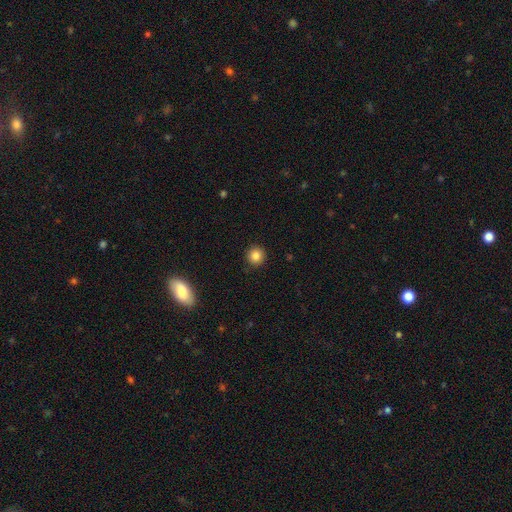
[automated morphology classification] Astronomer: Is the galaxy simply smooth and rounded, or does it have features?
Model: smooth — 84%.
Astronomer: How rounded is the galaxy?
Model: round — 94%.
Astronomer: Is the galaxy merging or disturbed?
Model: none — 92%.